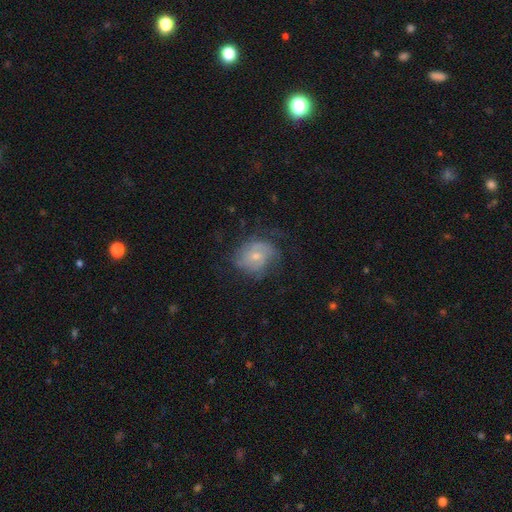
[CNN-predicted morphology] A featured or disk galaxy (66%) with no bar (68%), can't tell (35%, tied with 2) tight (45%) spiral arms (86%) and a small central bulge (55%). Merging: none (59%).